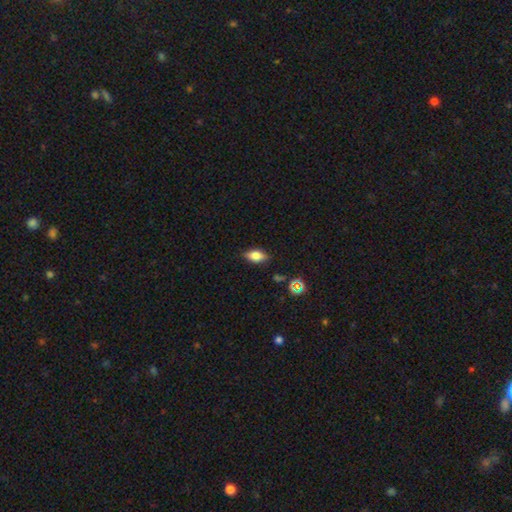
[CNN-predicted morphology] smooth 72%, featured or disk 17%, star or artifact 11%. Down the decision tree: how rounded — in between (85%); merging — none (84%).